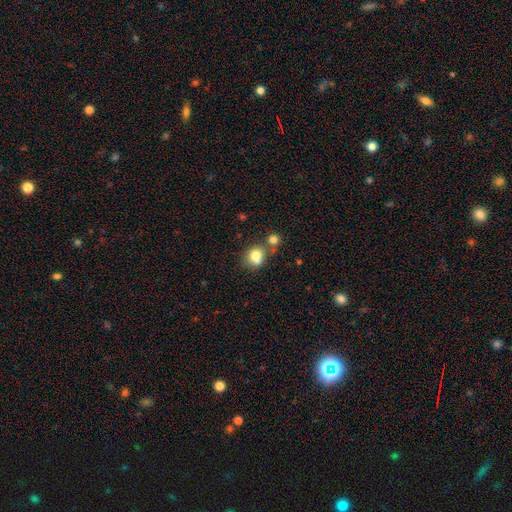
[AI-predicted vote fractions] This appears to be a smooth galaxy with no disk features (77%) that is round (74%). Merging: none (45%).